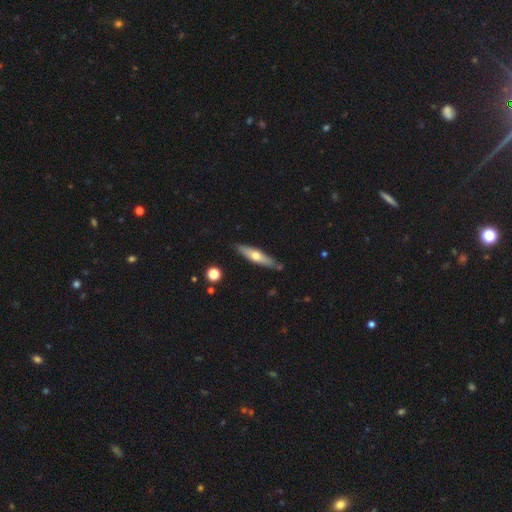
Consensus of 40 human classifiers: smooth_or_featured: featured or disk (p=0.60) [alt: smooth p=0.35]
disk_edge_on: yes (p=0.88) [alt: no p=0.12]
edge_on_bulge: rounded (p=0.95) [alt: boxy p=0.05]
merging: none (p=0.82) [alt: minor disturbance p=0.16]